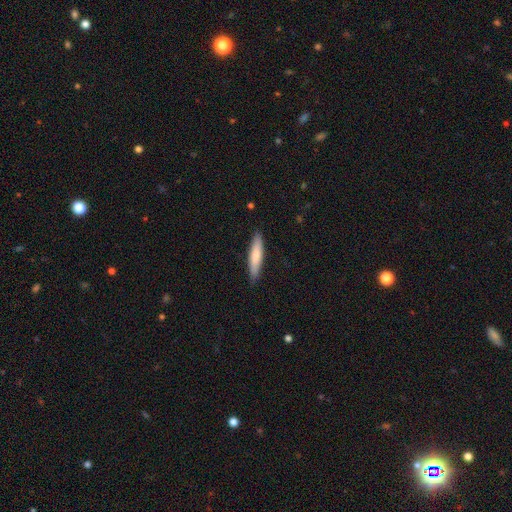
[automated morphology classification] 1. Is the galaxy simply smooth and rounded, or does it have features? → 76% smooth, 19% featured or disk, 5% star or artifact.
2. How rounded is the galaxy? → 84% cigar-shaped, 15% in between, 1% round.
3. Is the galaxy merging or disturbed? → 87% none, 11% minor disturbance, 2% major disturbance, 1% merger.